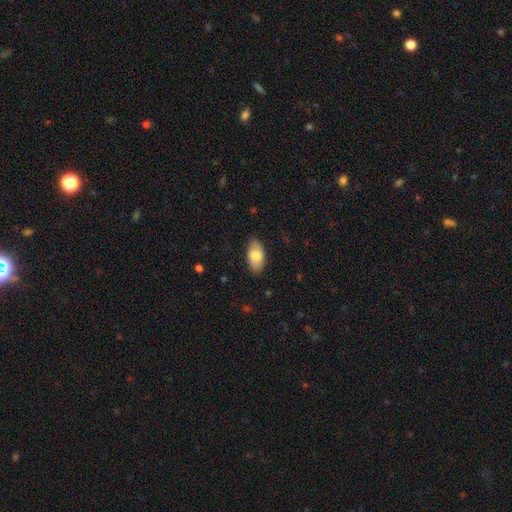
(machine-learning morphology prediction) A smooth galaxy with no disk features (79%) that is in between round and cigar-shaped (94%). Merging: none (84%).